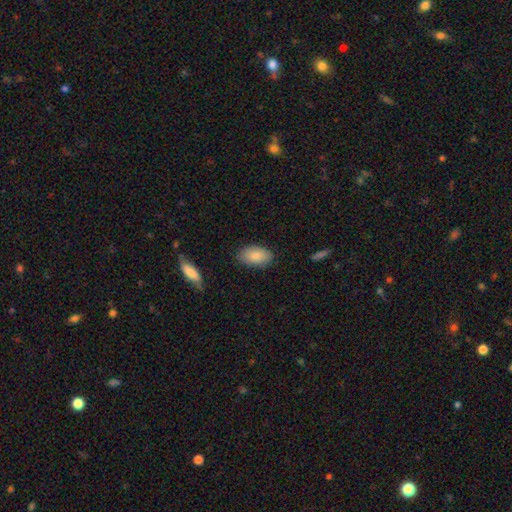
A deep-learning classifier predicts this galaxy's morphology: Smooth or featured? smooth (85%)
How rounded? in between (94%)
Merging? none (82%)